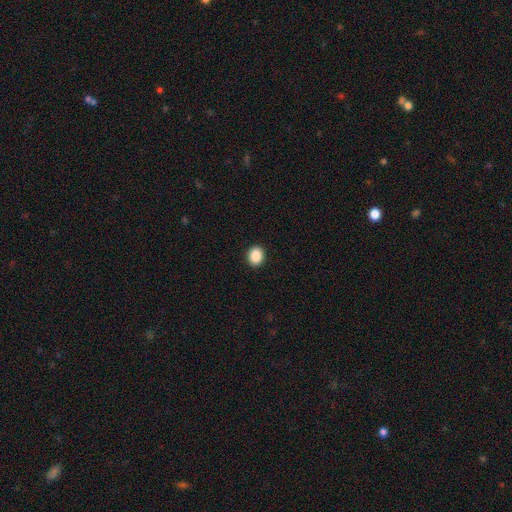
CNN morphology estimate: A smooth galaxy with no disk features (89%) that is round (56%). Merging: none (92%).